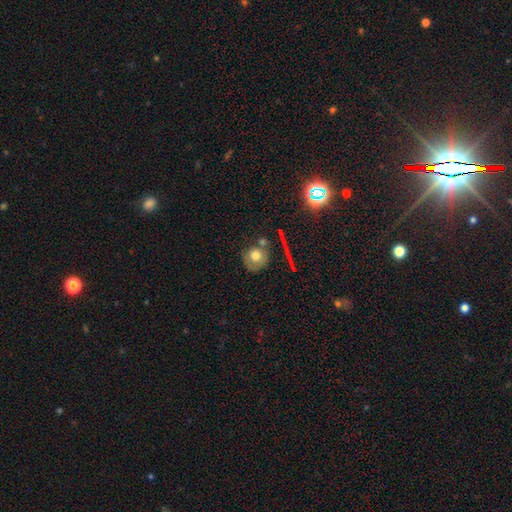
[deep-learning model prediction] A smooth galaxy with no disk features (65%) that is round (85%).

Vote fractions:
- Smooth or featured? smooth: 65% / featured or disk: 24% / star or artifact: 11%
- How rounded? round: 85% / in between: 13% / cigar-shaped: 1%
- Merging? none: 63% / minor disturbance: 17% / merger: 13% / major disturbance: 7%